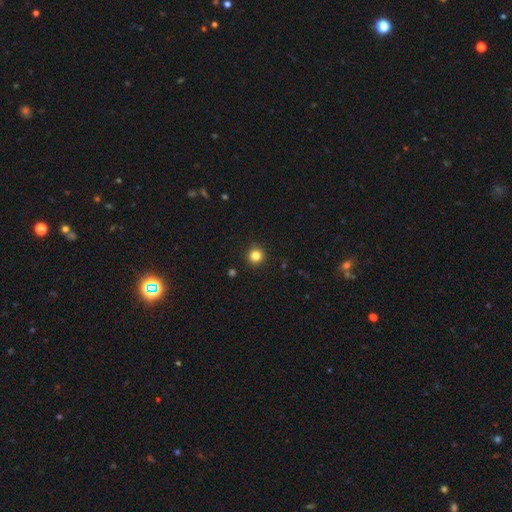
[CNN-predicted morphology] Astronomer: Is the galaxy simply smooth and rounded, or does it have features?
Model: smooth — 83%.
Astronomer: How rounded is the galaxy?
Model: round — 95%.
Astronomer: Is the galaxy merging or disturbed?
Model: none — 92%.